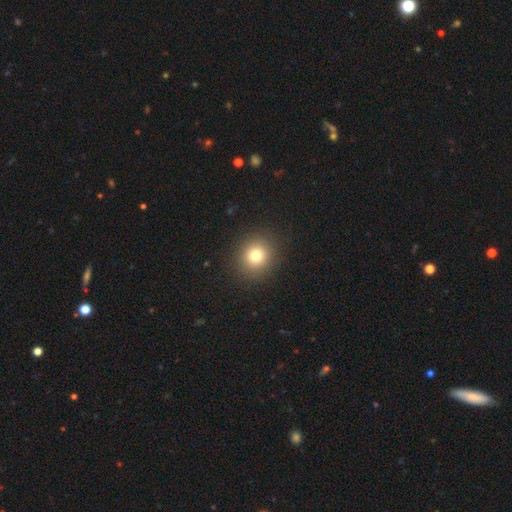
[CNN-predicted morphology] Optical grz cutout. It shows a smooth galaxy with no disk features (78%) that is round (87%). Merging: none (90%).